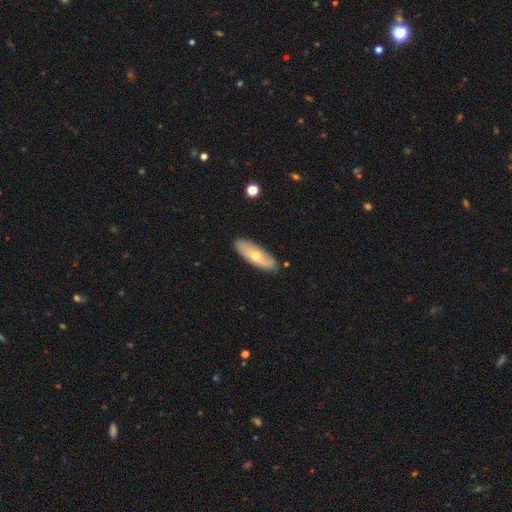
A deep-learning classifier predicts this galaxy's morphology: smooth-or-featured: smooth: 53% | featured or disk: 40% | star or artifact: 6%
  how-rounded: in between: 62% | cigar-shaped: 36% | round: 3%
  merging: none: 86% | minor disturbance: 10% | major disturbance: 2% | merger: 1%